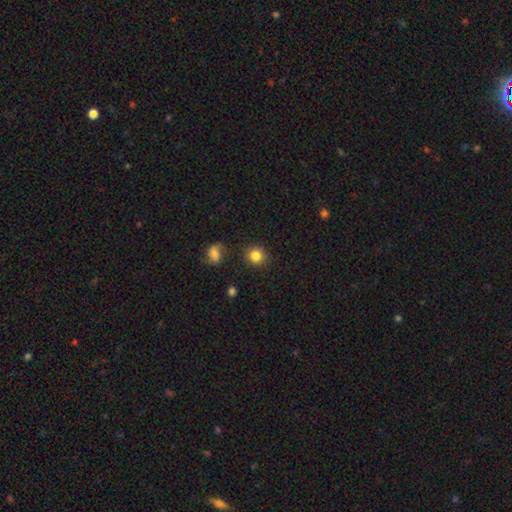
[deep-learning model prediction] Smooth or featured?
  - smooth: 84% *
  - star or artifact: 10%
  - featured or disk: 6%
How rounded?
  - round: 88% *
  - in between: 11%
  - cigar-shaped: 1%
Merging?
  - none: 85% *
  - minor disturbance: 9%
  - merger: 3%
  - major disturbance: 3%